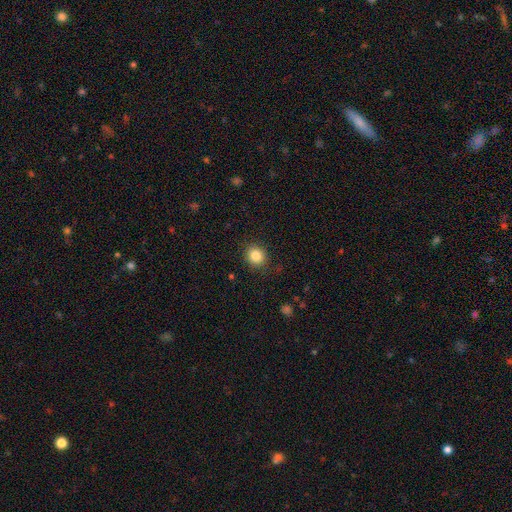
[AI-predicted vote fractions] Smooth or featured? smooth (85%)
How rounded? round (79%)
Merging? none (88%)